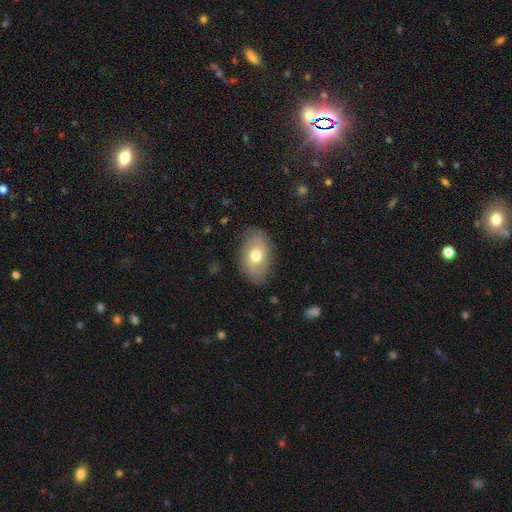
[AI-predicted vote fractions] A smooth galaxy with no disk features (60%) that is in between round and cigar-shaped (88%). Merging: none (80%).